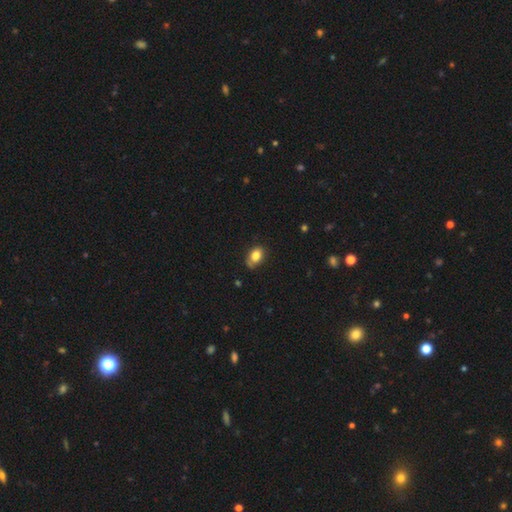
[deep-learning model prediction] Smooth or featured?
  - smooth: 81% *
  - featured or disk: 10%
  - star or artifact: 9%
How rounded?
  - in between: 77% *
  - round: 21%
  - cigar-shaped: 1%
Merging?
  - none: 63% *
  - minor disturbance: 27%
  - major disturbance: 6%
  - merger: 4%